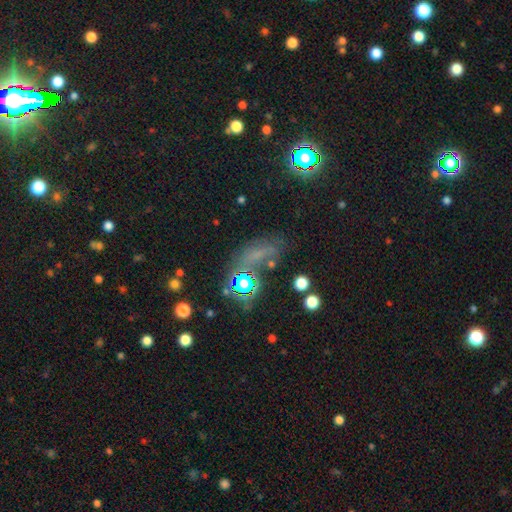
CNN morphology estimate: Smooth or featured? star or artifact (48%)